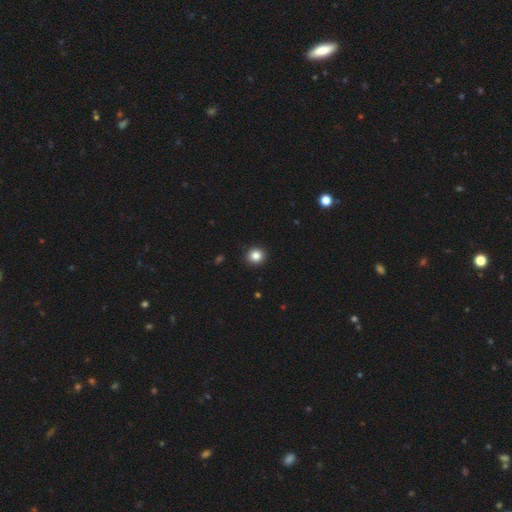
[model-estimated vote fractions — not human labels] This is clearly a smooth galaxy (84%). How rounded: clearly round (87%). Merging: clearly none (93%).